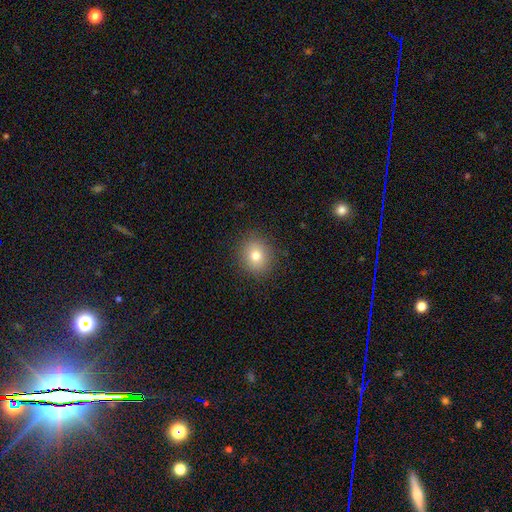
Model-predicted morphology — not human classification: Smooth or featured? Predicted: smooth (p=0.78). How rounded? Predicted: round (p=0.74). Merging? Predicted: none (p=0.88).